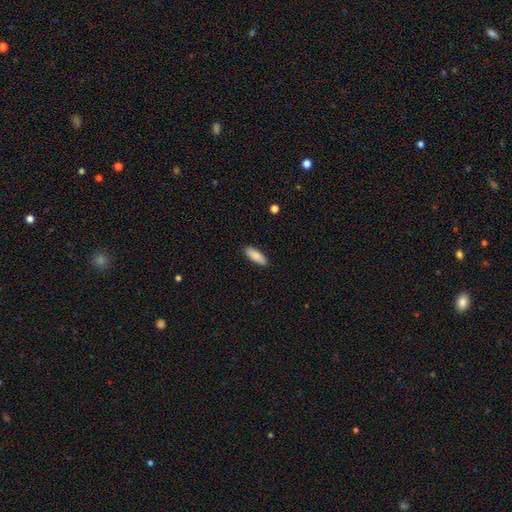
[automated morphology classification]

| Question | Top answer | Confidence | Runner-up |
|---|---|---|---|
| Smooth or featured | smooth | 87% | featured or disk (7%) |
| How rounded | in between | 68% | cigar-shaped (30%) |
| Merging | none | 88% | minor disturbance (9%) |